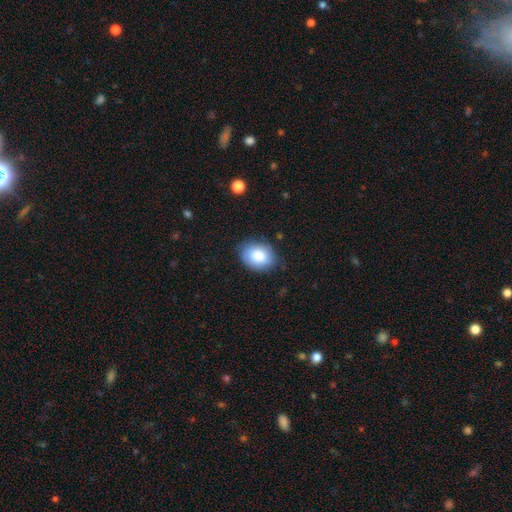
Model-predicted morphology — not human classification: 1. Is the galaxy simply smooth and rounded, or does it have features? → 84% smooth, 9% featured or disk, 7% star or artifact.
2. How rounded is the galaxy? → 71% in between, 28% round, 1% cigar-shaped.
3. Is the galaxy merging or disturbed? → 82% none, 14% minor disturbance, 3% major disturbance, 1% merger.